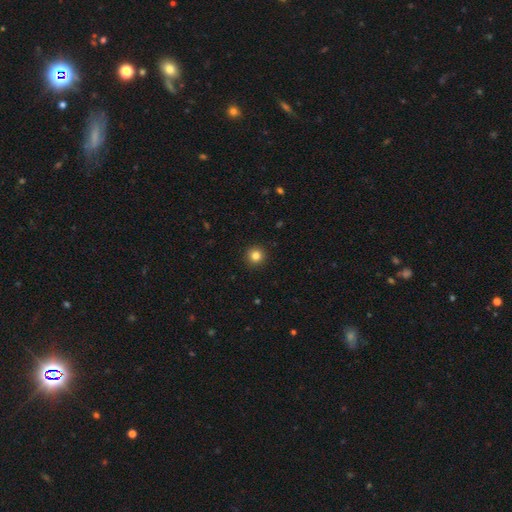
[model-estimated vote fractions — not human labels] Smooth or featured: smooth — 83% (star or artifact — 11%)
How rounded: round — 95% (in between — 4%)
Merging: none — 93% (minor disturbance — 5%)